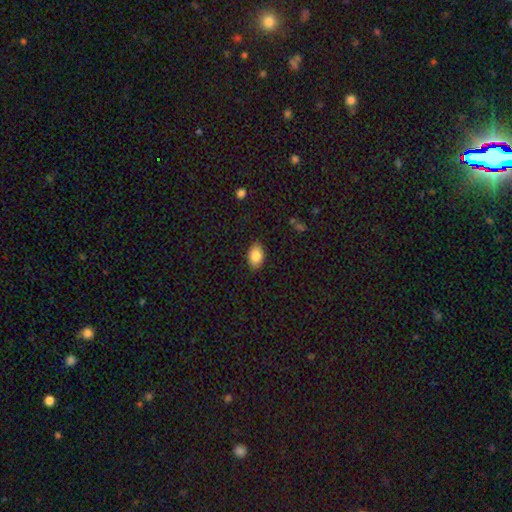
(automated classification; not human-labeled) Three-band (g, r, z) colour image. It shows a smooth galaxy with no disk features (85%) that is in between round and cigar-shaped (90%). Merging: none (87%).